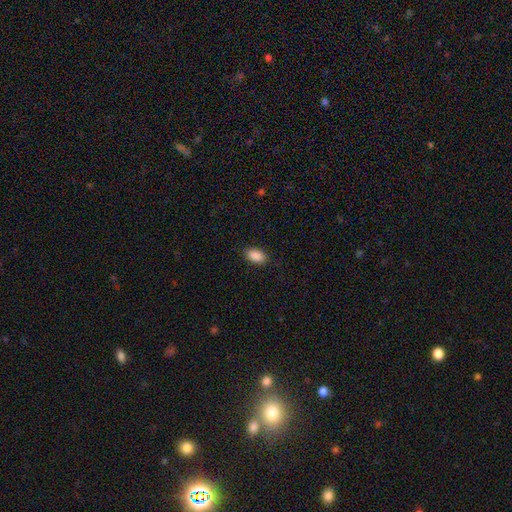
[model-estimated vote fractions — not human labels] This is clearly a smooth galaxy (89%). How rounded: clearly in between (93%). Merging: clearly none (88%).